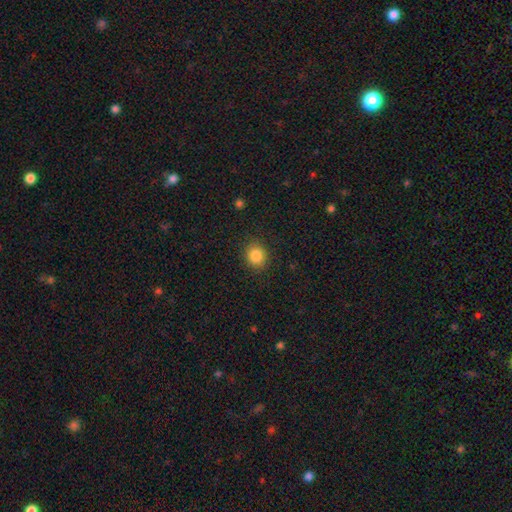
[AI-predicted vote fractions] smooth_or_featured: smooth (p=0.86) [alt: star or artifact p=0.10]
how_rounded: round (p=0.79) [alt: in between p=0.21]
merging: none (p=0.89) [alt: minor disturbance p=0.08]